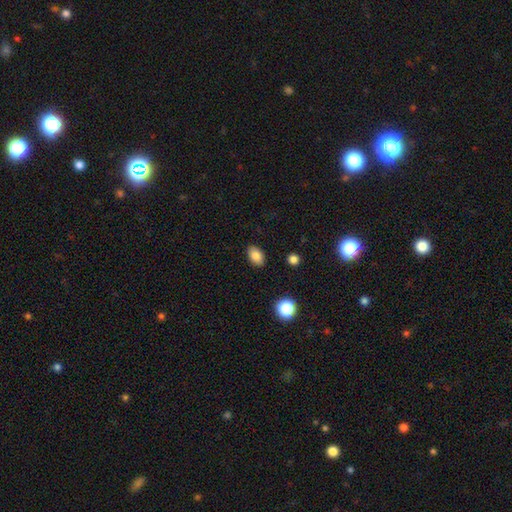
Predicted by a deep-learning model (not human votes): smooth-or-featured: smooth: 85% | star or artifact: 9% | featured or disk: 6%
  how-rounded: in between: 87% | round: 12% | cigar-shaped: 1%
  merging: none: 88% | minor disturbance: 9% | major disturbance: 2% | merger: 1%